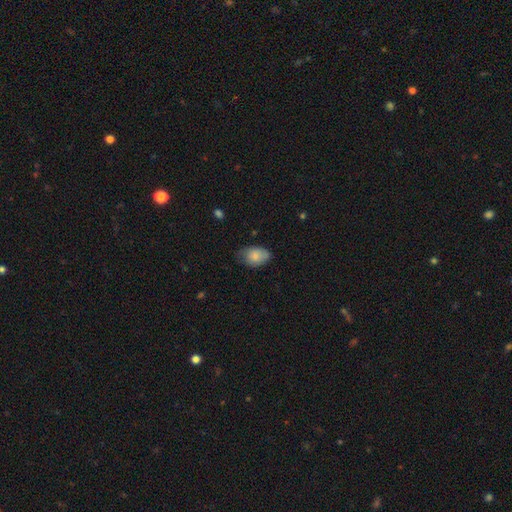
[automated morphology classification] type=smooth (81%); roundness=in between (86%); merging=none (55%).